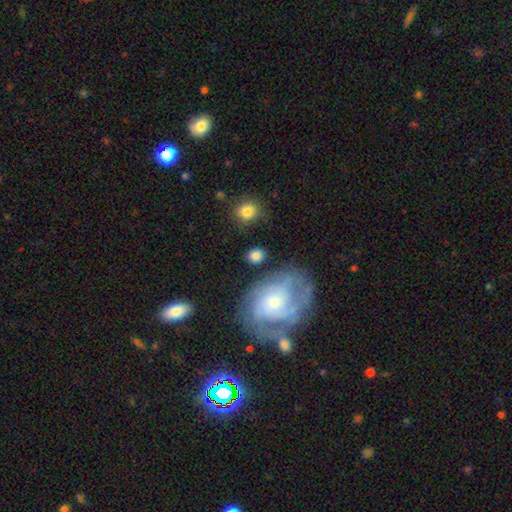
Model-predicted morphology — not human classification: Overall: smooth (74%). How rounded: round (56%; in between 42%). Merging: none (77%).